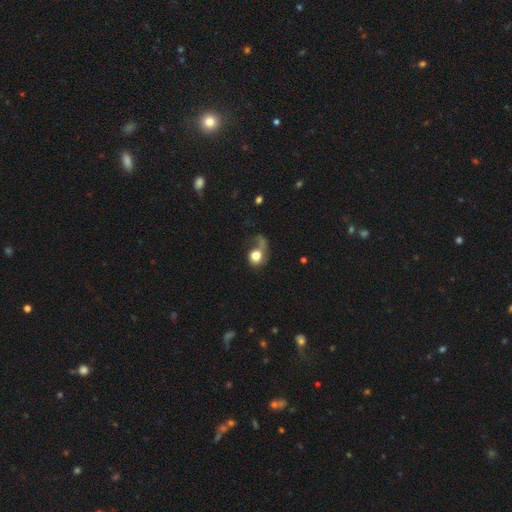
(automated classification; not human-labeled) A smooth galaxy with no disk features (67%) that is round (70%).

Vote fractions:
- Smooth or featured? smooth: 67% / featured or disk: 22% / star or artifact: 10%
- How rounded? round: 70% / in between: 29% / cigar-shaped: 1%
- Merging? major disturbance: 42% / none: 29% / minor disturbance: 19% / merger: 10%